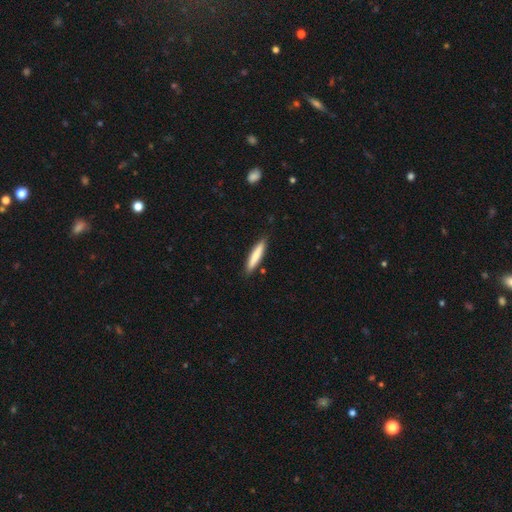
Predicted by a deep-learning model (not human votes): A smooth galaxy with no disk features (77%) that is cigar-shaped (90%). Merging: none (88%).